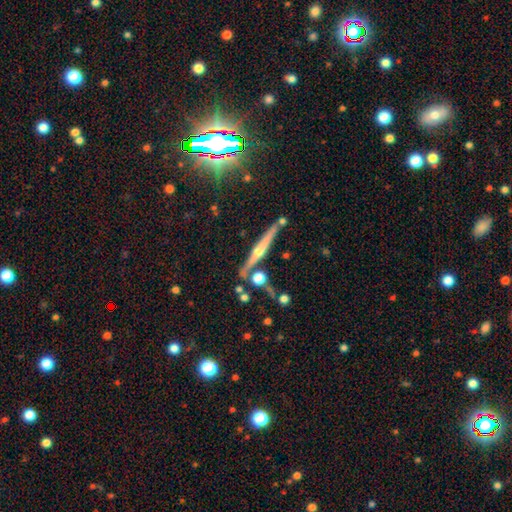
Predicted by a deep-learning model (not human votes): A featured or disk galaxy (73%) viewed edge-on (97%) with a rounded central bulge (84%). Merging: none (81%).